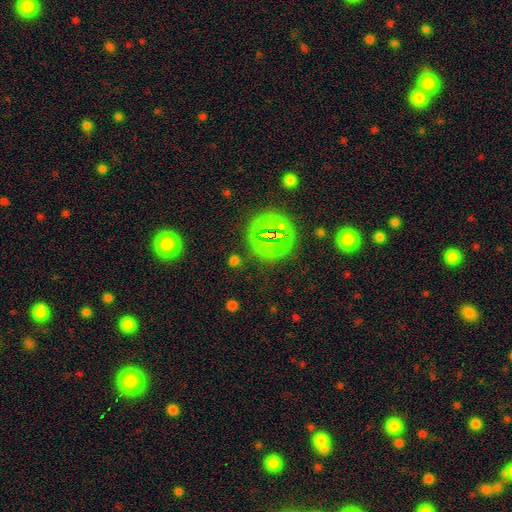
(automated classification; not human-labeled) smooth_or_featured: star or artifact (p=0.68) [alt: smooth p=0.21]